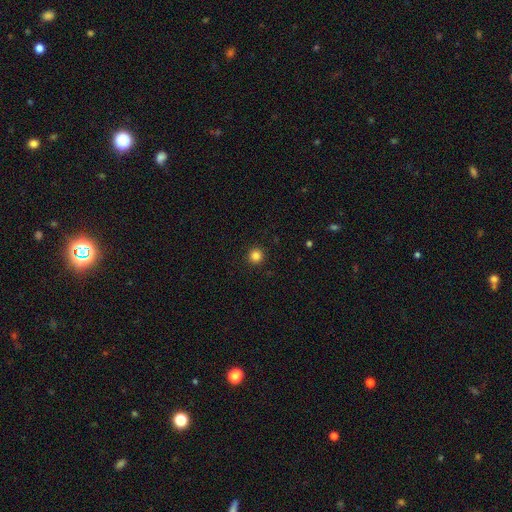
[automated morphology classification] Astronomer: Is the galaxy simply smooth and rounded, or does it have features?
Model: smooth — 84%.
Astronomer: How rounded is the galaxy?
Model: round — 95%.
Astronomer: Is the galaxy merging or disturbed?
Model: none — 93%.